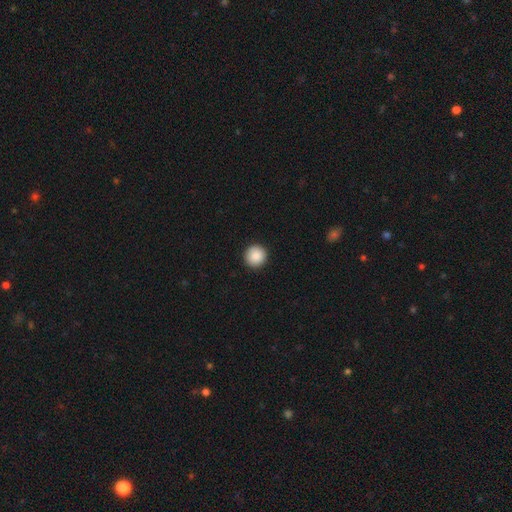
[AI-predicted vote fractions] Smooth or featured: smooth — 89% (star or artifact — 8%)
How rounded: round — 96% (in between — 3%)
Merging: none — 93% (minor disturbance — 4%)